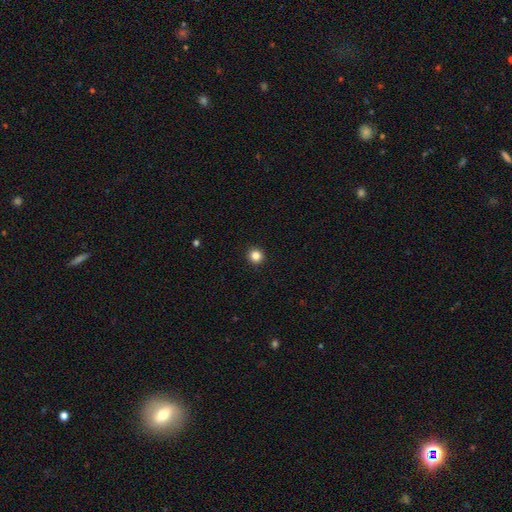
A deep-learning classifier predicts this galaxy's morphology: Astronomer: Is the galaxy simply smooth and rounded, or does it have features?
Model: smooth — 84%.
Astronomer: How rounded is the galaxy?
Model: round — 94%.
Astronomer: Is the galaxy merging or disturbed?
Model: none — 93%.